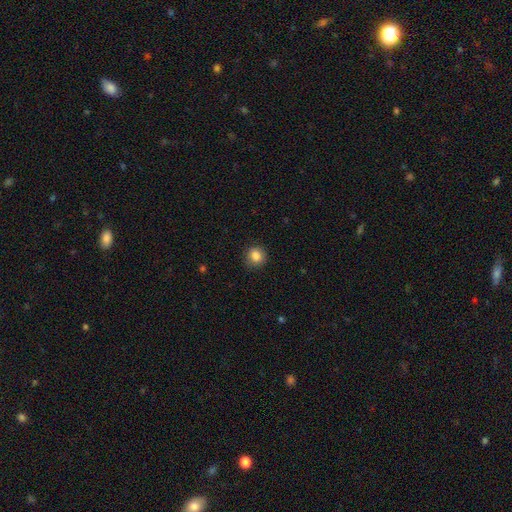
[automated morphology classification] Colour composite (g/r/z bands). It shows a smooth galaxy with no disk features (86%) that is round (86%). Merging: none (86%).